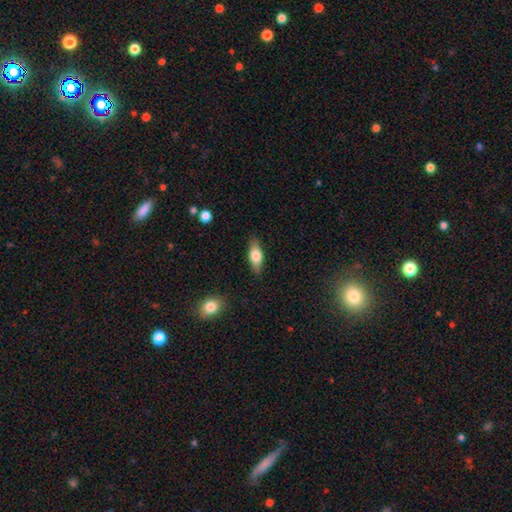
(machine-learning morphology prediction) This appears to be a smooth galaxy with no disk features (66%) that is in between round and cigar-shaped (71%). Merging: none (85%).